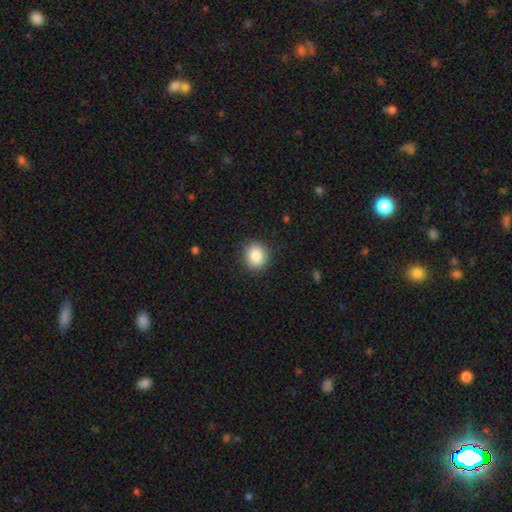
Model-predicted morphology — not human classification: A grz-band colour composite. It shows a smooth galaxy with no disk features (87%) that is round (77%). Merging: none (88%).